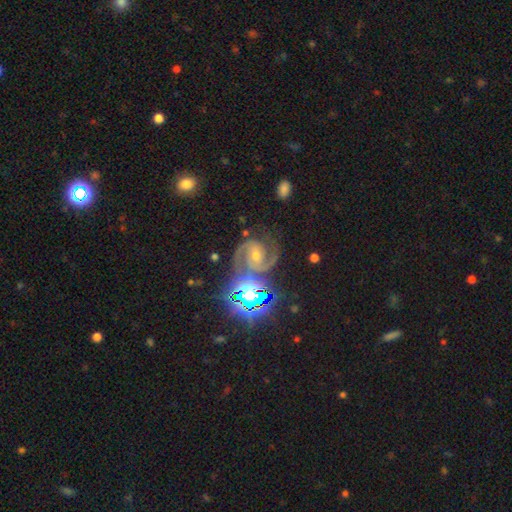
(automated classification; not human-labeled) smooth_or_featured: featured or disk (p=0.80) [alt: star or artifact p=0.15]
disk_edge_on: no (p=0.98) [alt: yes p=0.02]
bar: no (p=0.44) [alt: weak p=0.36]
has_spiral_arms: yes (p=0.98) [alt: no p=0.02]
spiral_winding: medium (p=0.56) [alt: tight p=0.34]
spiral_arm_count: 2 (p=0.84) [alt: 3 p=0.07]
bulge_size: moderate (p=0.51) [alt: small p=0.43]
merging: none (p=0.68) [alt: minor disturbance p=0.17]